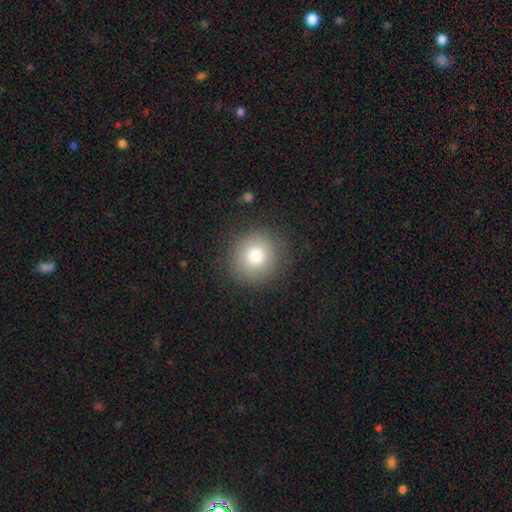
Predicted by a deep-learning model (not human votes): Morphology: type=smooth (77%); roundness=round (92%); merging=none (85%).